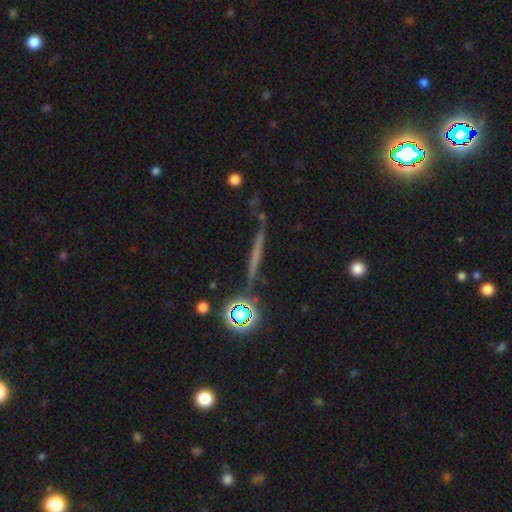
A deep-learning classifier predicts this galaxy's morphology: smooth-or-featured: featured or disk: 43% | smooth: 34% | star or artifact: 24%
  merging: none: 81% | minor disturbance: 11% | merger: 4% | major disturbance: 4%